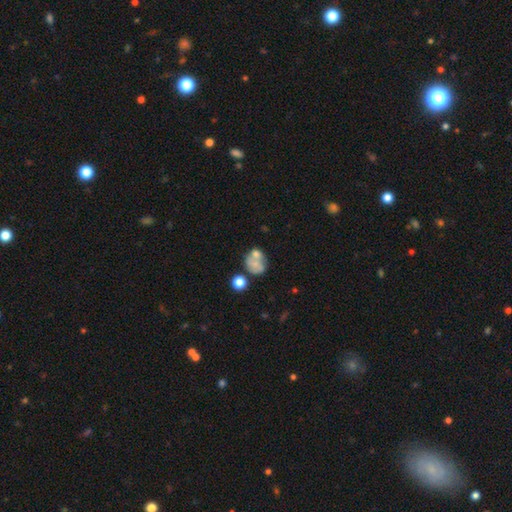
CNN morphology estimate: Smooth or featured? Predicted: smooth (p=0.55). How rounded? Predicted: round (p=0.54). Merging? Predicted: merger (p=0.42).